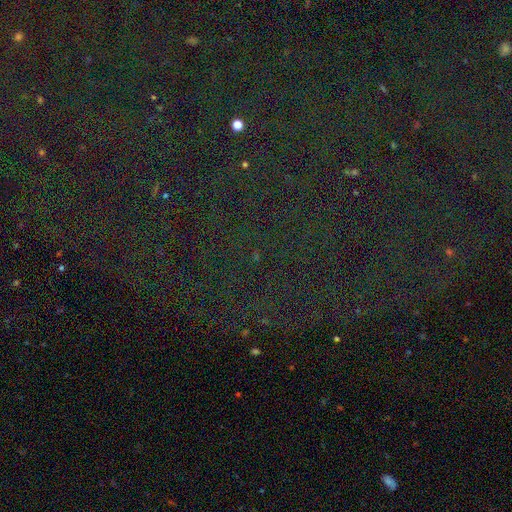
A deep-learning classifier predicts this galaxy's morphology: This is clearly a star or artifact rather than a galaxy (83%).